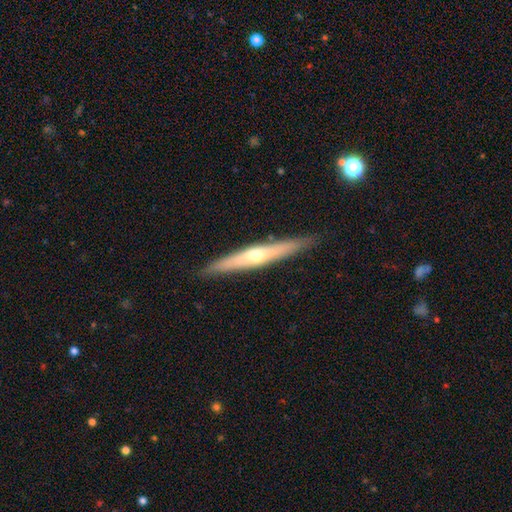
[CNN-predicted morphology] This appears to be a featured or disk galaxy (63%) viewed edge-on (94%) with a rounded central bulge (81%). Merging: none (89%).